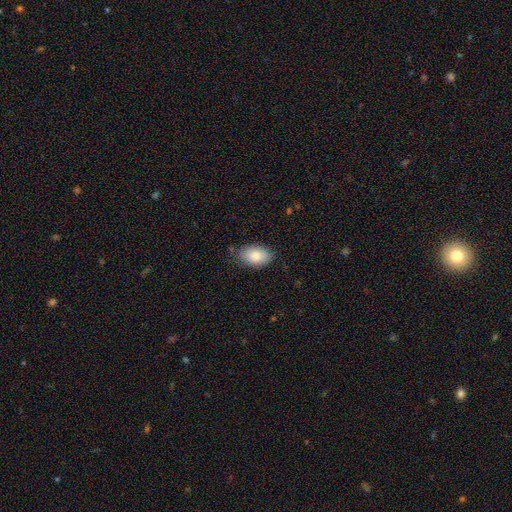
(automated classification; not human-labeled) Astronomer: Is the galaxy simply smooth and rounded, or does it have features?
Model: smooth — 84%.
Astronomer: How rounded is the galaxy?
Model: in between — 92%.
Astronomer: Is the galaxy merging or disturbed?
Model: none — 78%.